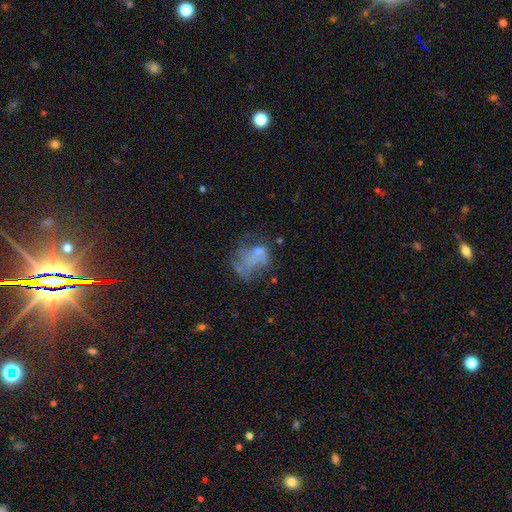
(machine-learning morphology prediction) Q: Smooth or featured?
A: featured or disk (44%); runner-up: smooth (39%)
Q: Merging?
A: major disturbance (37%); runner-up: none (30%)